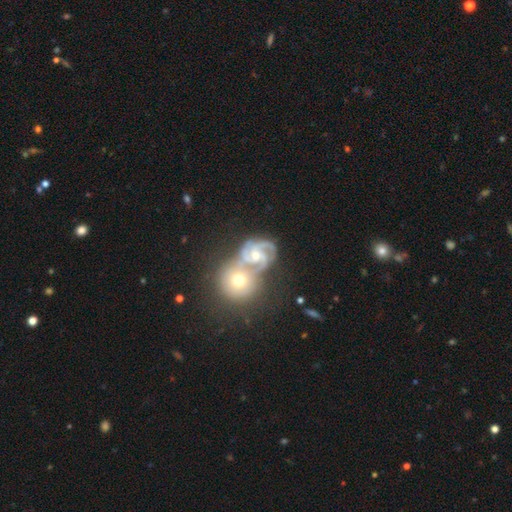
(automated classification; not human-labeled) Smooth or featured?
  - featured or disk: 86% *
  - smooth: 8%
  - star or artifact: 6%
Edge-on disk?
  - no: 98% *
  - yes: 2%
Bar?
  - no: 54% *
  - weak: 35%
  - strong: 11%
Spiral arms?
  - yes: 98% *
  - no: 2%
Spiral winding?
  - medium: 51% *
  - tight: 41%
  - loose: 8%
Spiral arm count?
  - 3: 57% *
  - 2: 25%
  - can't tell: 6%
  - 4: 5%
  - 1: 3%
  - more than 4: 3%
Bulge size?
  - moderate: 54% *
  - small: 41%
  - large: 2%
  - none: 2%
  - dominant: 1%
Merging?
  - merger: 44% *
  - none: 36%
  - minor disturbance: 13%
  - major disturbance: 8%